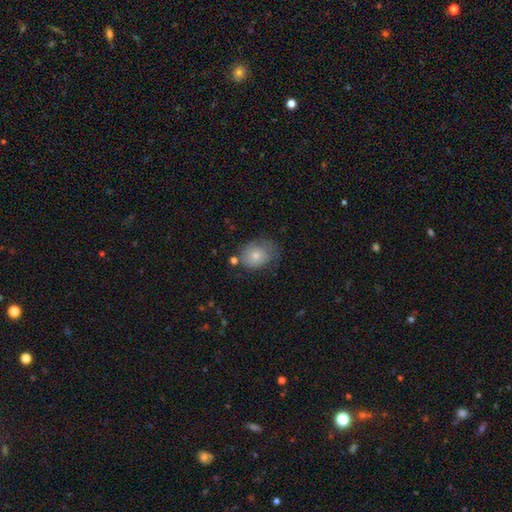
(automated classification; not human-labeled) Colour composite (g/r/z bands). It shows a smooth galaxy with no disk features (75%) that is in between round and cigar-shaped (59%). Merging: none (49%).